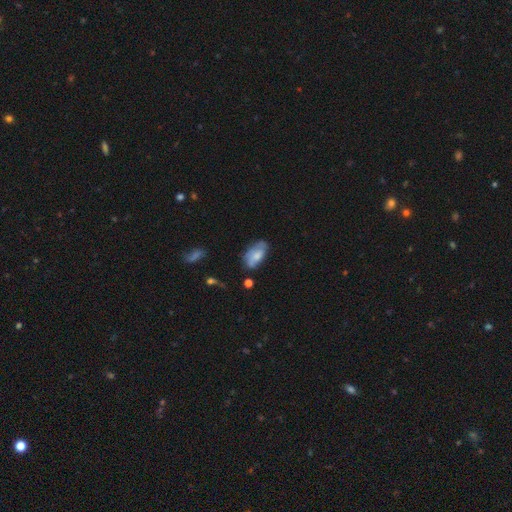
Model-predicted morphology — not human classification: smooth 61%, featured or disk 32%, star or artifact 8%. Down the decision tree: how rounded — in between (91%); merging — none (53%).